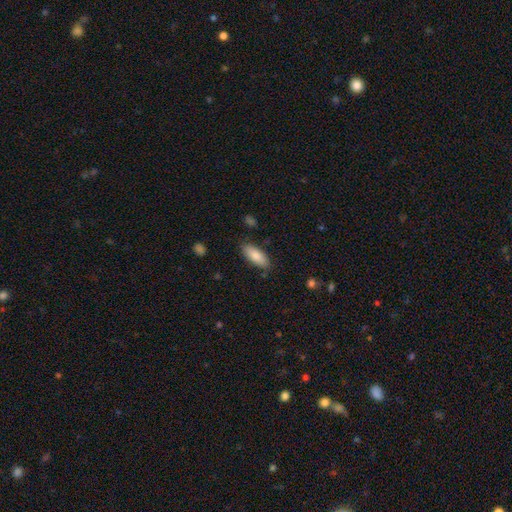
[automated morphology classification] smooth-or-featured: smooth: 83% | featured or disk: 11% | star or artifact: 6%
  how-rounded: in between: 75% | cigar-shaped: 23% | round: 2%
  merging: none: 83% | minor disturbance: 12% | major disturbance: 3% | merger: 2%